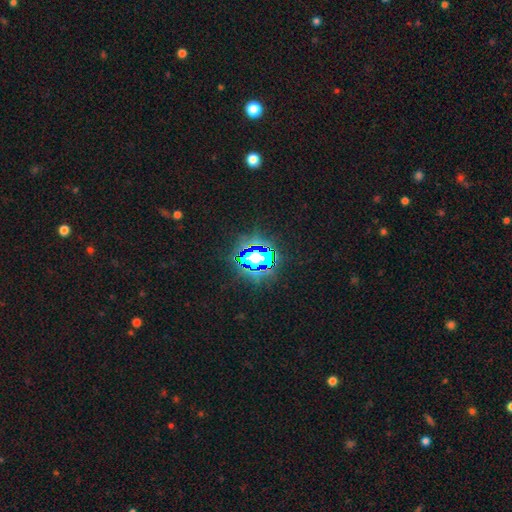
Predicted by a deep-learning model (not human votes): A star or artifact, not a galaxy (78%).

Vote fractions:
- Smooth or featured? star or artifact: 78% / smooth: 14% / featured or disk: 7%